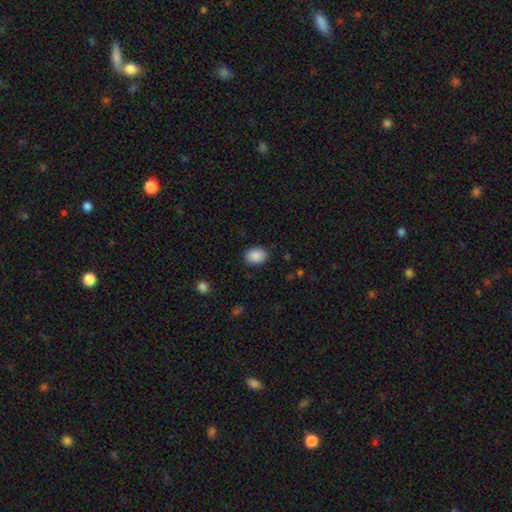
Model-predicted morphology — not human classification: Overall: smooth (90%). How rounded: in between (70%). Merging: none (88%).